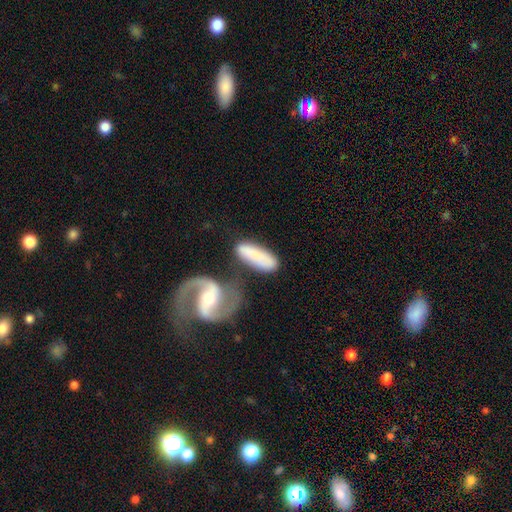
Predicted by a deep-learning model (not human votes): Overall: smooth (64%; featured or disk 31%). How rounded: in between (53%; cigar-shaped 44%). Merging: none (51%; merger 23%).